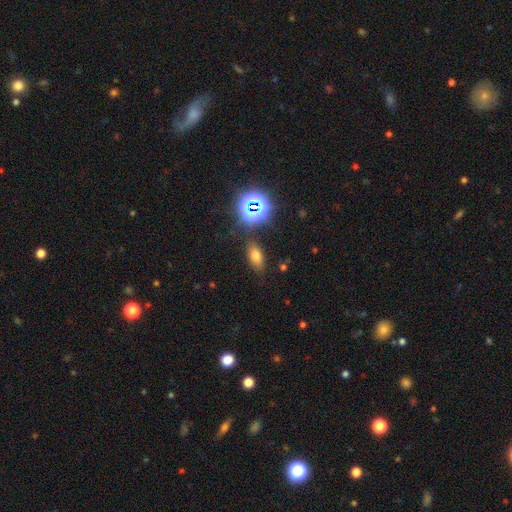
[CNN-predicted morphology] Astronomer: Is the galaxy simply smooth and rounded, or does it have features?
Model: smooth — 67%.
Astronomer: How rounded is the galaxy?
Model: in between — 84%.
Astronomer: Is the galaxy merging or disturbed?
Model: none — 81%.